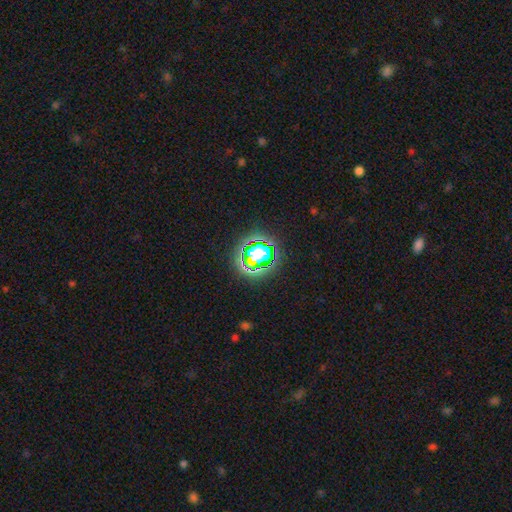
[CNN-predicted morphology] Smooth or featured? star or artifact (58%)